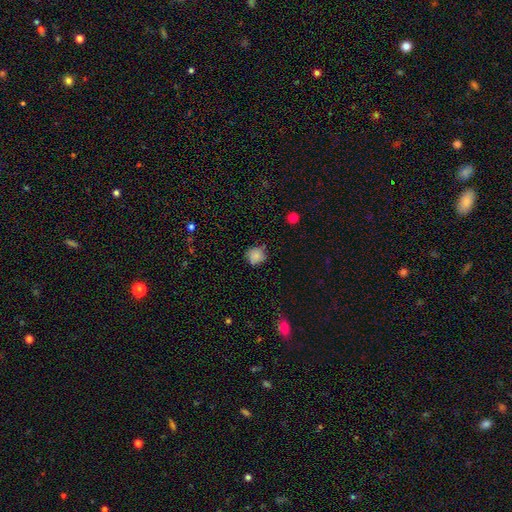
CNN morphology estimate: A smooth galaxy with no disk features (82%) that is round (85%).

Vote fractions:
- Smooth or featured? smooth: 82% / star or artifact: 10% / featured or disk: 8%
- How rounded? round: 85% / in between: 14% / cigar-shaped: 1%
- Merging? none: 71% / minor disturbance: 22% / major disturbance: 4% / merger: 3%